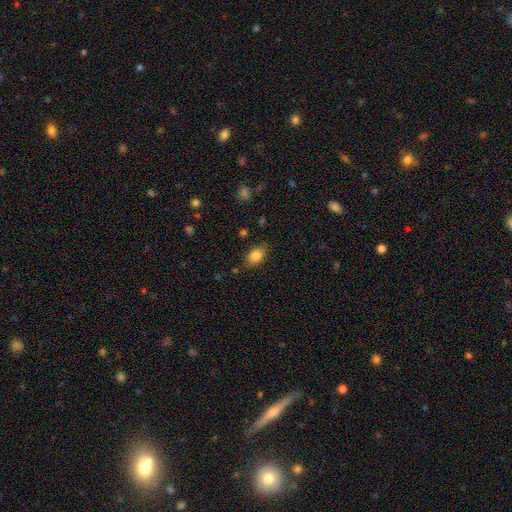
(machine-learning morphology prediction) smooth 83%, featured or disk 9%, star or artifact 8%. Down the decision tree: how rounded — in between (85%); merging — none (79%).